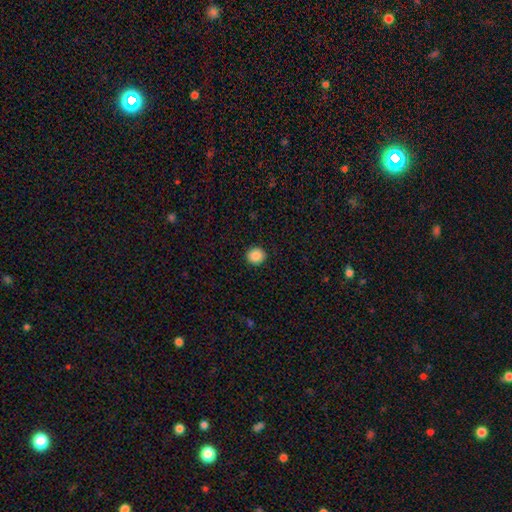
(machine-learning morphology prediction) Smooth or featured? smooth (88%)
How rounded? round (89%)
Merging? none (92%)